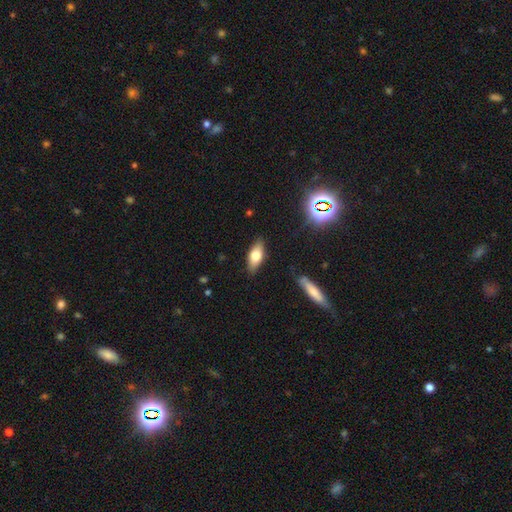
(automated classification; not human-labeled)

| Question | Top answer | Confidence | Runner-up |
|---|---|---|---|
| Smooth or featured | smooth | 69% | featured or disk (24%) |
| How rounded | in between | 77% | cigar-shaped (20%) |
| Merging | none | 85% | minor disturbance (11%) |